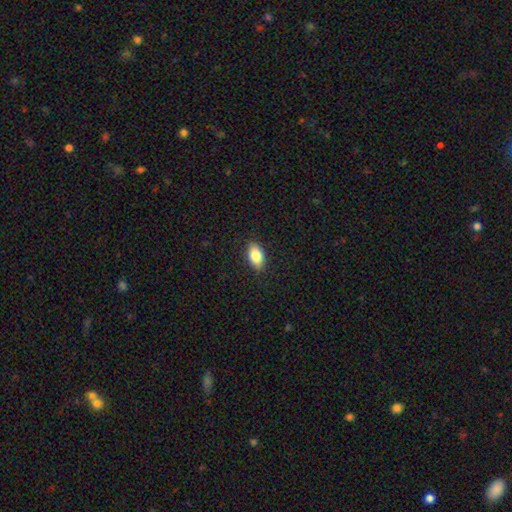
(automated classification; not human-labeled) This is clearly a smooth galaxy (83%). How rounded: clearly in between (90%). Merging: clearly none (87%).